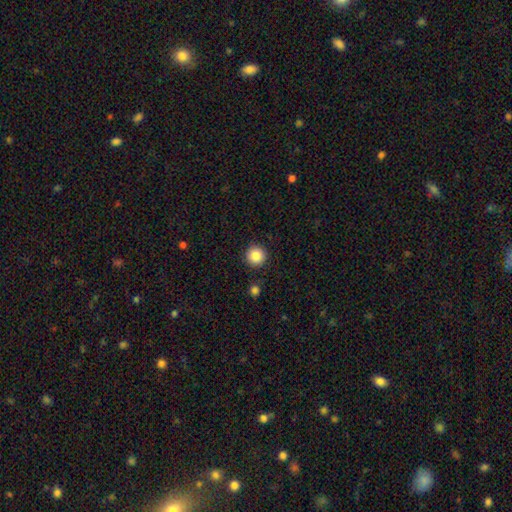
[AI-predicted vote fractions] Morphology: type=smooth (86%); roundness=round (96%); merging=none (90%).